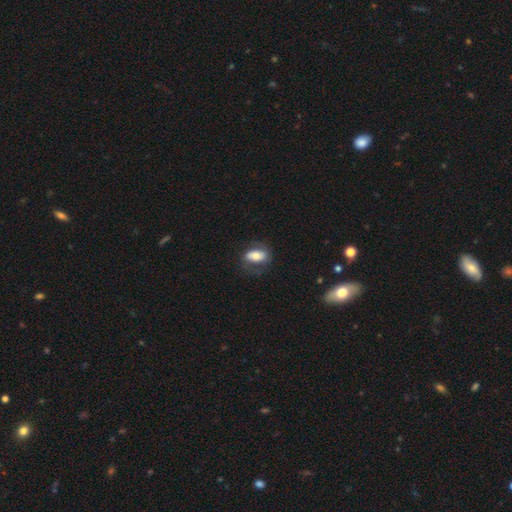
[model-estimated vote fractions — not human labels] Morphology: type=smooth (58%); roundness=in between (87%); merging=none (65%).